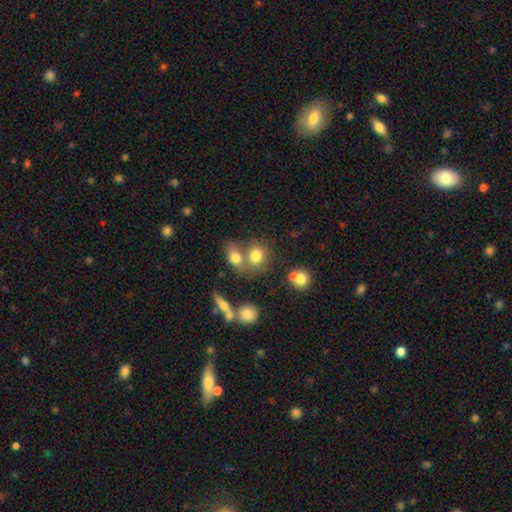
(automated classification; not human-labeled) Smooth or featured?
  - smooth: 74% *
  - star or artifact: 13%
  - featured or disk: 13%
How rounded?
  - round: 70% *
  - in between: 28%
  - cigar-shaped: 2%
Merging?
  - none: 46% *
  - merger: 39%
  - minor disturbance: 10%
  - major disturbance: 5%